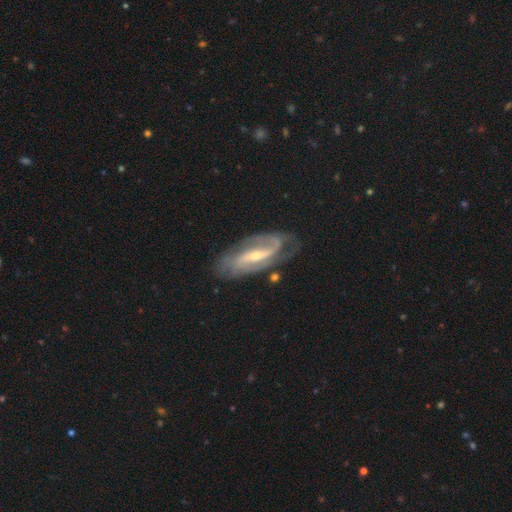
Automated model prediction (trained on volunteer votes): featured or disk 88%, smooth 7%, star or artifact 5%. Down the decision tree: edge-on disk — no (93%); bar — strong (51%); spiral arms — yes (96%); spiral arm count — 2 (79%); spiral winding — medium (45%); bulge size — small (56%); merging — none (71%).